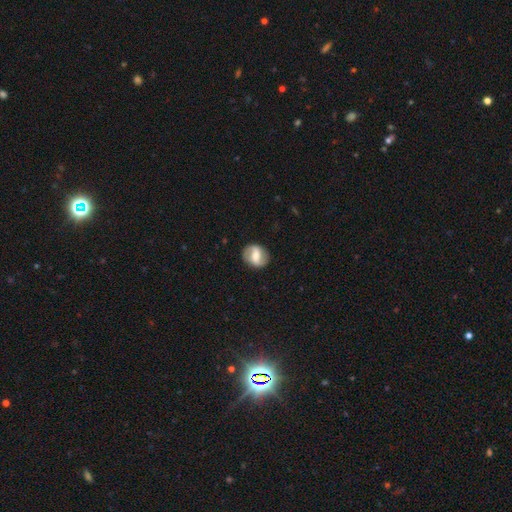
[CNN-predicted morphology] This appears to be a featured or disk galaxy (60%) with a strong bar (46%), spiral arms (72%) and a moderate central bulge (57%). Merging: none (85%).